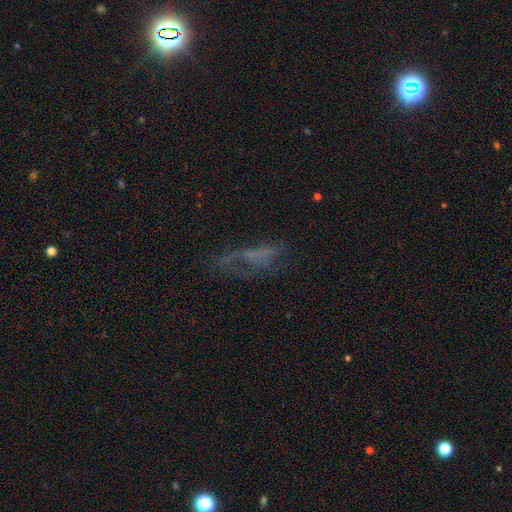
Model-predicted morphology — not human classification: smooth_or_featured: featured or disk (p=0.47) [alt: smooth p=0.31]
merging: none (p=0.44) [alt: major disturbance p=0.32]